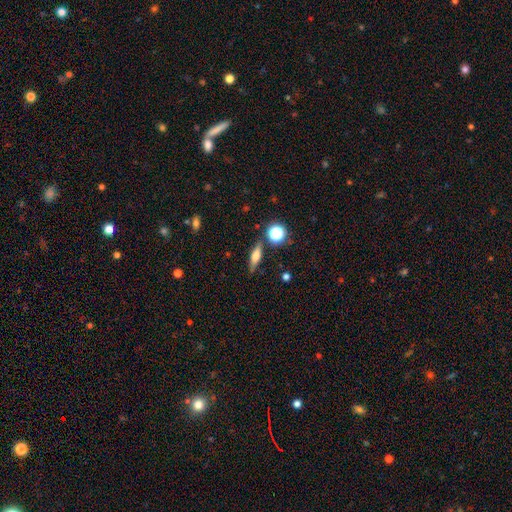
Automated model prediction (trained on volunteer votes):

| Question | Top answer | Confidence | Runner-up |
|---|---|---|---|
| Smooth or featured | smooth | 55% | featured or disk (34%) |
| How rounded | cigar-shaped | 53% | in between (37%) |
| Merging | none | 80% | minor disturbance (12%) |